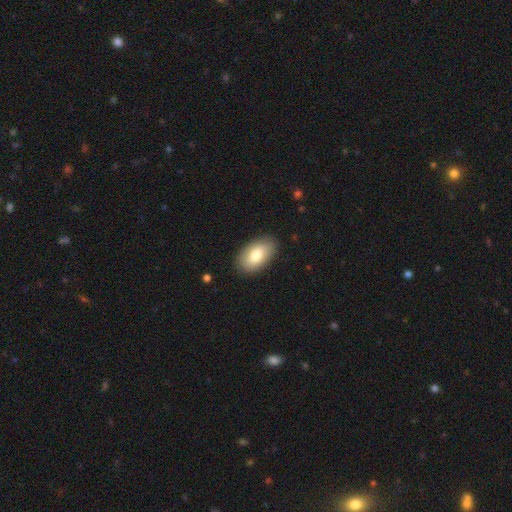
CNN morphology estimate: This appears to be a smooth galaxy with no disk features (82%) that is in between round and cigar-shaped (94%). Merging: none (87%).